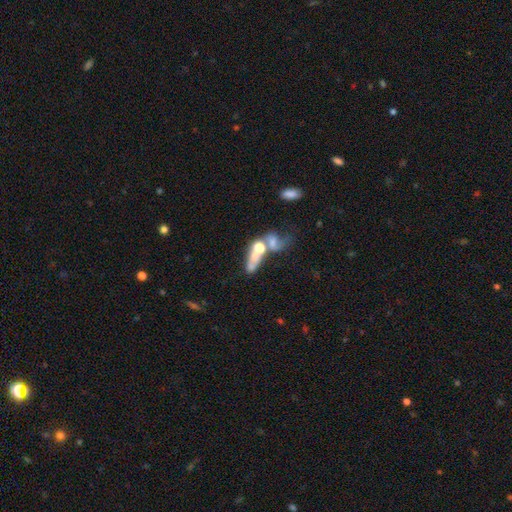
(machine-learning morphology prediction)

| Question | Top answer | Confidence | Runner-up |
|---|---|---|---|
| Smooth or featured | featured or disk | 45% | smooth (40%) |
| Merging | merger | 61% | none (16%) |